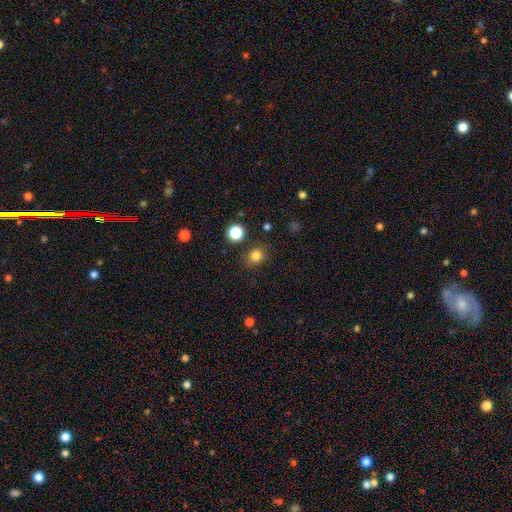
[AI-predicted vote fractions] Q: Smooth or featured?
A: smooth (82%); runner-up: star or artifact (13%)
Q: How rounded?
A: round (69%); runner-up: in between (30%)
Q: Merging?
A: none (83%); runner-up: minor disturbance (10%)